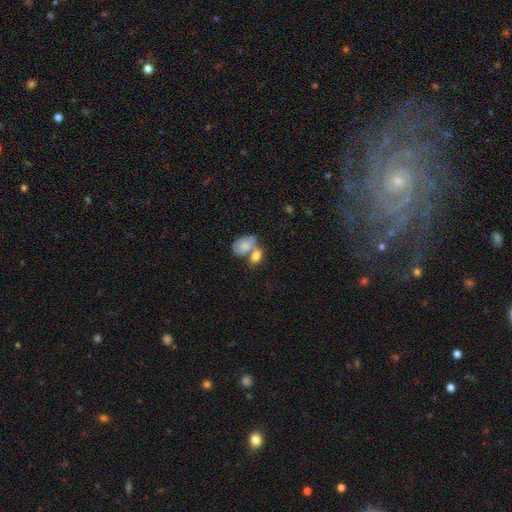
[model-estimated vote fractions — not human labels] A smooth galaxy with no disk features (75%) that is in between round and cigar-shaped (78%).

Vote fractions:
- Smooth or featured? smooth: 75% / featured or disk: 17% / star or artifact: 8%
- How rounded? in between: 78% / round: 20% / cigar-shaped: 2%
- Merging? merger: 55% / none: 29% / minor disturbance: 11% / major disturbance: 5%